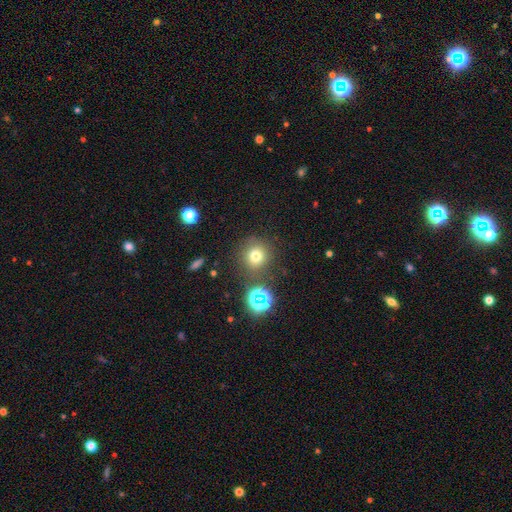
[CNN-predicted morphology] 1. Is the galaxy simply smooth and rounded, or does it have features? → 72% smooth, 20% star or artifact, 8% featured or disk.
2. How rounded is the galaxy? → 90% round, 9% in between, 1% cigar-shaped.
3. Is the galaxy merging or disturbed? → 81% none, 9% minor disturbance, 6% merger, 4% major disturbance.